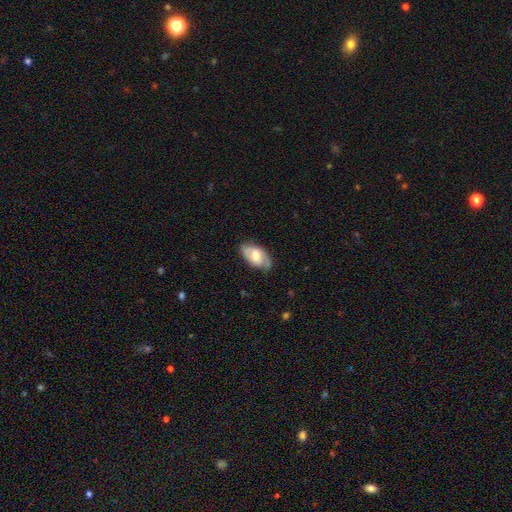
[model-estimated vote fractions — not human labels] A featured or disk galaxy (47%).

Vote fractions:
- Smooth or featured? featured or disk: 47% / smooth: 46% / star or artifact: 6%
- Merging? none: 71% / minor disturbance: 22% / major disturbance: 5% / merger: 1%